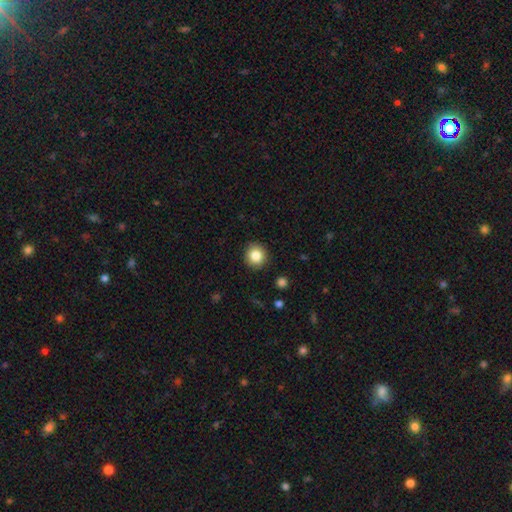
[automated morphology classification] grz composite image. It shows a smooth galaxy with no disk features (84%) that is round (91%). Merging: none (90%).